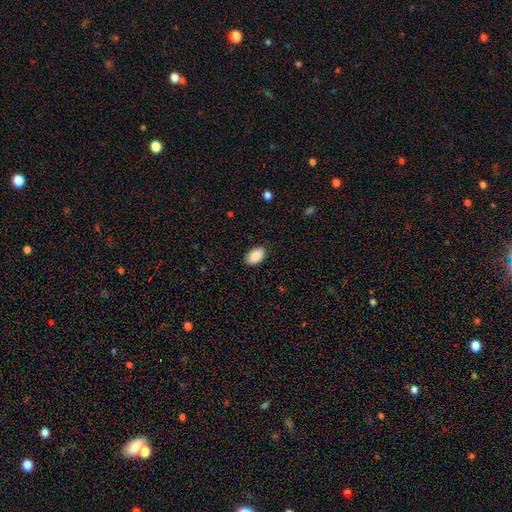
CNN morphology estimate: Smooth or featured? smooth (90%)
How rounded? in between (94%)
Merging? none (85%)